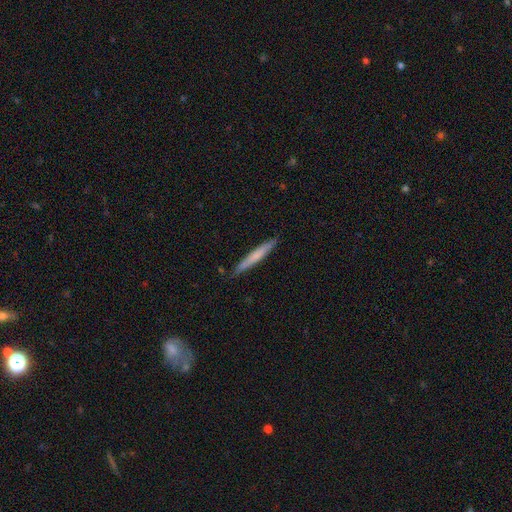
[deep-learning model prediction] Smooth or featured?
  - smooth: 61% *
  - featured or disk: 34%
  - star or artifact: 5%
How rounded?
  - cigar-shaped: 96% *
  - in between: 3%
  - round: 1%
Merging?
  - none: 88% *
  - minor disturbance: 9%
  - major disturbance: 1%
  - merger: 1%